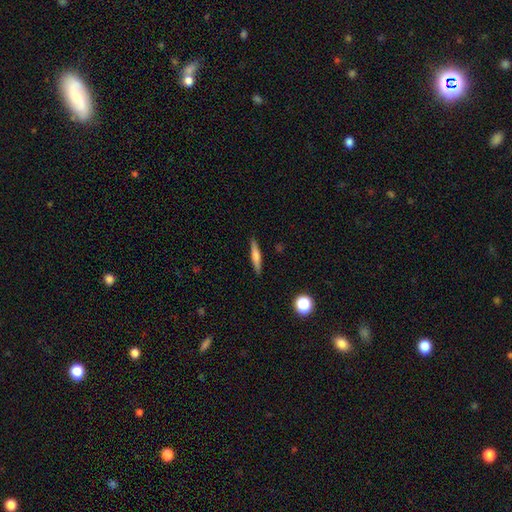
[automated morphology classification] Smooth or featured? smooth (57%)
How rounded? cigar-shaped (89%)
Merging? none (90%)